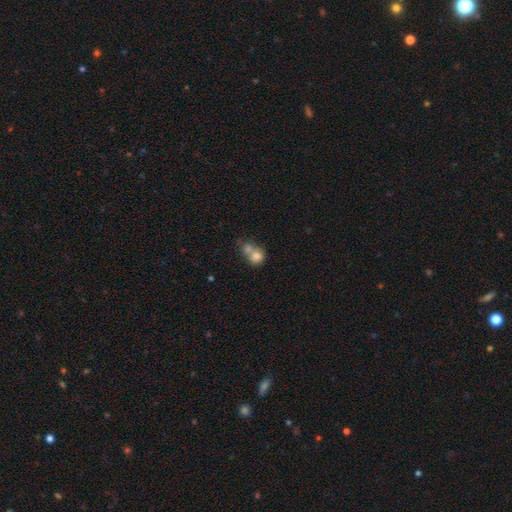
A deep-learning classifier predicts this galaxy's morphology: This is likely a smooth galaxy (73%). How rounded: likely round (74%). Merging: likely merger (62%).